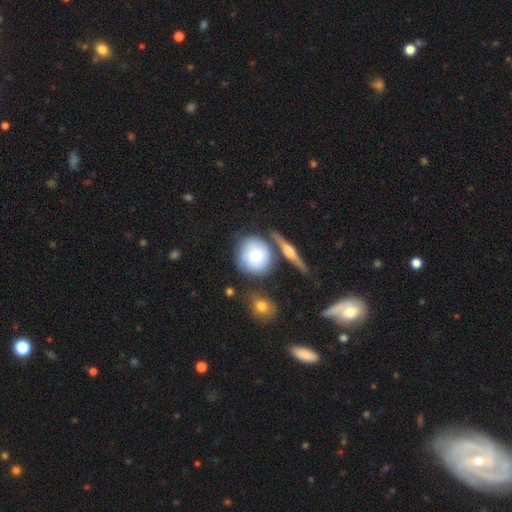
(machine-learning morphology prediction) The model was most divided on "smooth or featured": smooth: 65%, featured or disk: 28%, star or artifact: 7%. More confident: how rounded — round (87%); merging — none (67%).